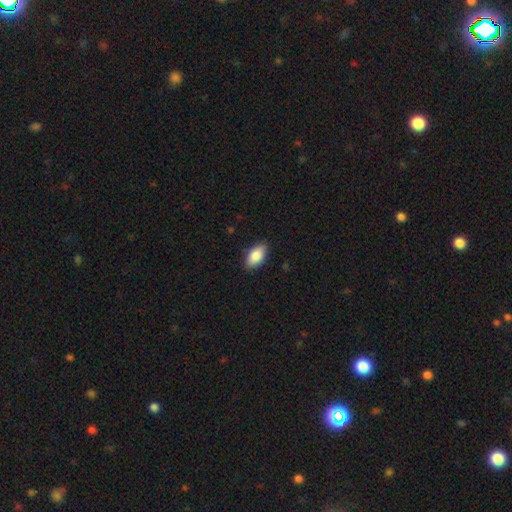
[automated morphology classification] smooth 86%, featured or disk 8%, star or artifact 6%. Down the decision tree: how rounded — in between (92%); merging — none (86%).